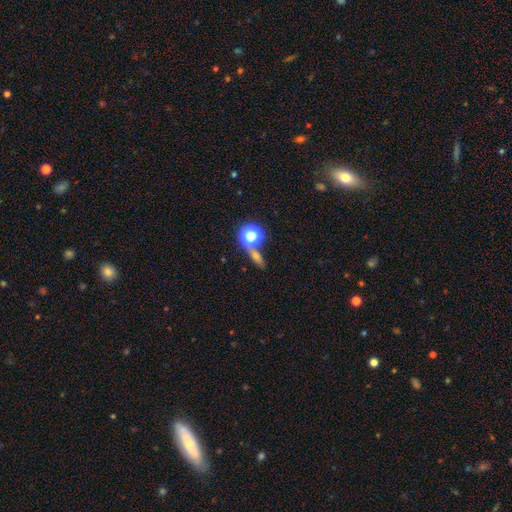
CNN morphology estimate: Smooth or featured? smooth (49%)
Merging? none (62%)